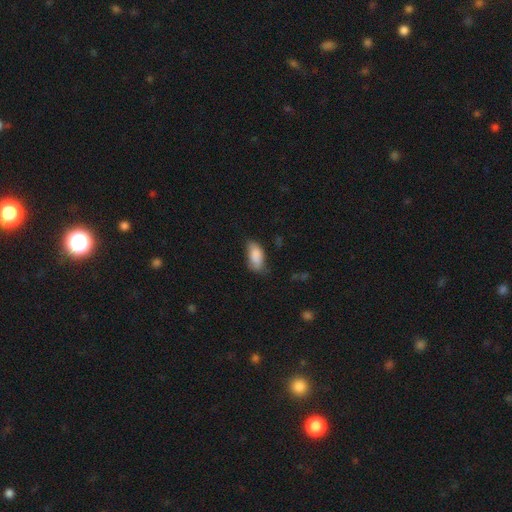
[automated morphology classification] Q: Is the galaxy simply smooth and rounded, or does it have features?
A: smooth — 84%.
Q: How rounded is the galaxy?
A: in between — 90%.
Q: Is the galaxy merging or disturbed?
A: none — 57%.